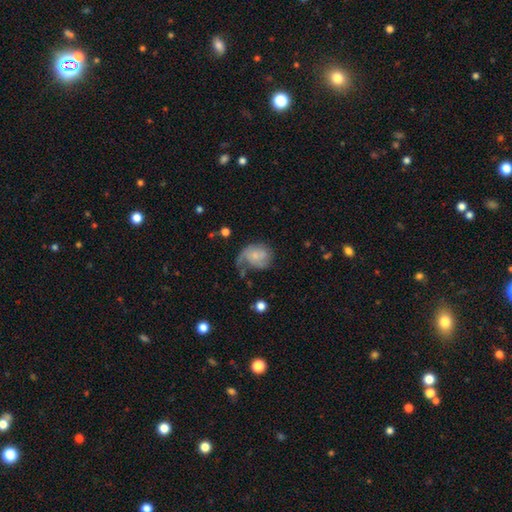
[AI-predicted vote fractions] Morphology: type=featured or disk (51%); edge-on=no (97%); merging=major disturbance (38%).